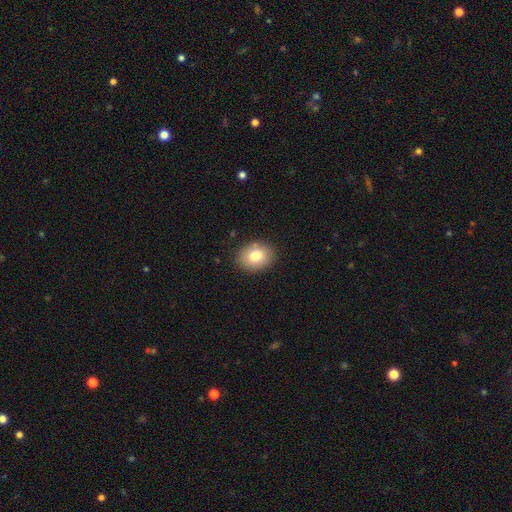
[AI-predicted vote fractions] Smooth or featured? Predicted: smooth (p=0.79). How rounded? Predicted: in between (p=0.55). Merging? Predicted: none (p=0.87).